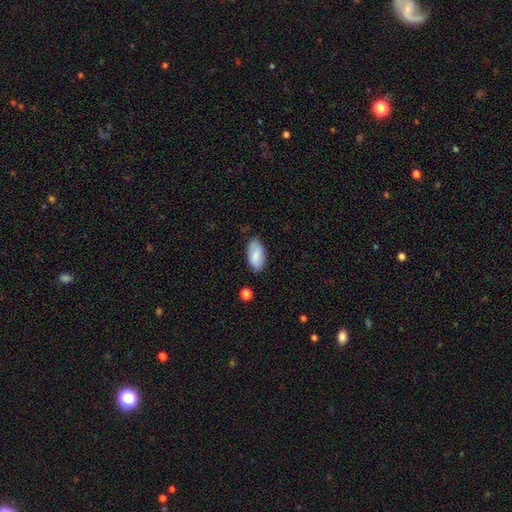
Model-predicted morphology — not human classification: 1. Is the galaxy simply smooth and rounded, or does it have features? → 82% smooth, 12% featured or disk, 6% star or artifact.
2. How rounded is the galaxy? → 94% in between, 3% cigar-shaped, 3% round.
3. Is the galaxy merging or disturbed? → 77% none, 18% minor disturbance, 3% major disturbance, 2% merger.